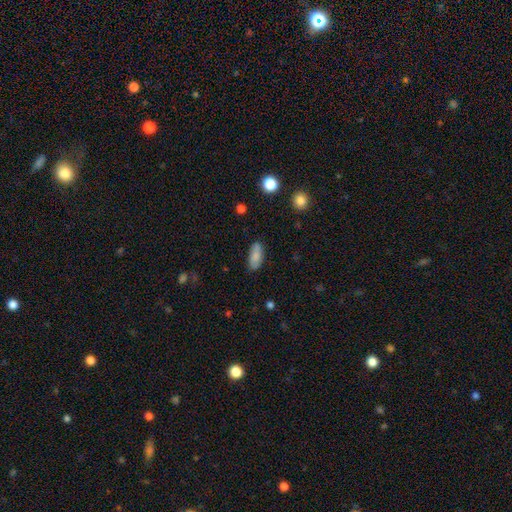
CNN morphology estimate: Smooth or featured? Predicted: smooth (p=0.84). How rounded? Predicted: in between (p=0.84). Merging? Predicted: none (p=0.82).